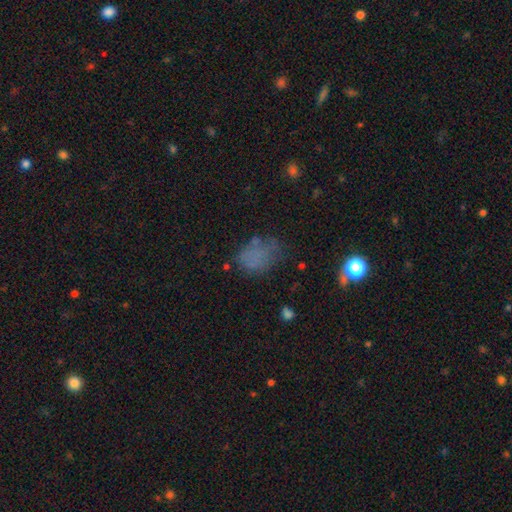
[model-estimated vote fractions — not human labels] Morphology: type=smooth (63%); roundness=in between (70%); merging=none (47%).